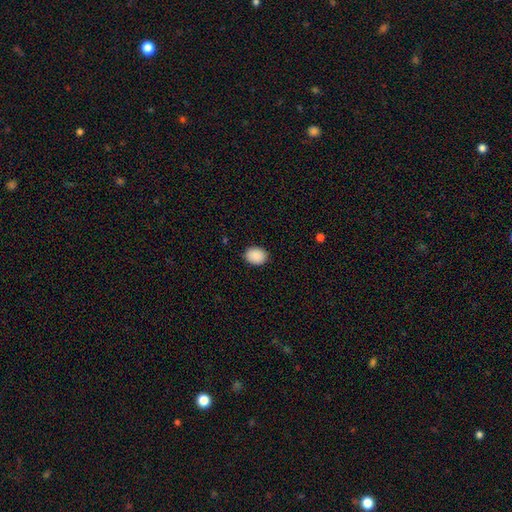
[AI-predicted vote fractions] Smooth or featured? smooth (90%)
How rounded? in between (58%)
Merging? none (89%)